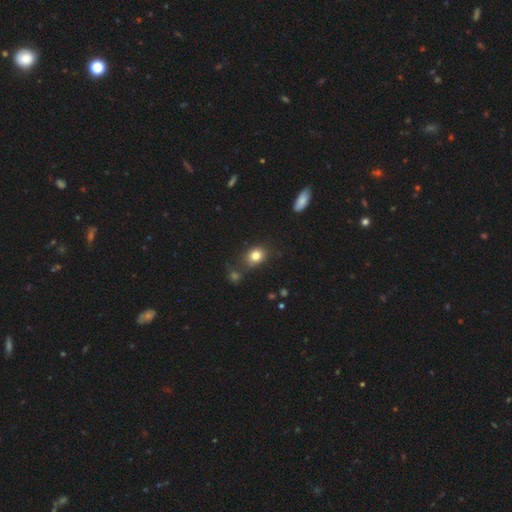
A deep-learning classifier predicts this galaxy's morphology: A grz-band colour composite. It shows a smooth galaxy with no disk features (81%) that is in between round and cigar-shaped (57%). Merging: none (74%).